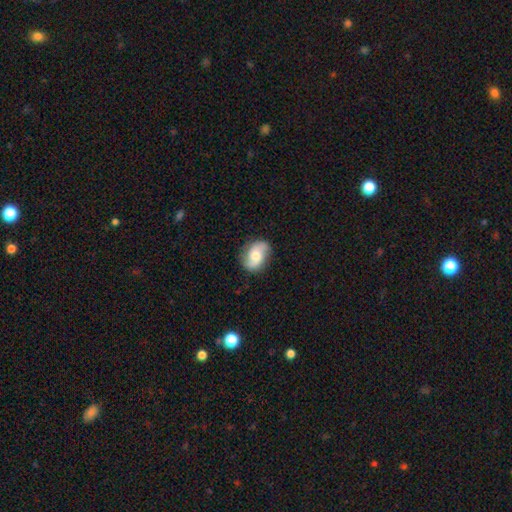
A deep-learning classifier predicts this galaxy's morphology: Smooth or featured? Predicted: featured or disk (p=0.59). Edge-on disk? Predicted: no (p=0.97). Bar? Predicted: no (p=0.64). Spiral arms? Predicted: yes (p=0.91). Spiral winding? Predicted: loose (p=0.51). Spiral arm count? Predicted: 2 (p=0.90). Bulge size? Predicted: moderate (p=0.62). Merging? Predicted: none (p=0.81).